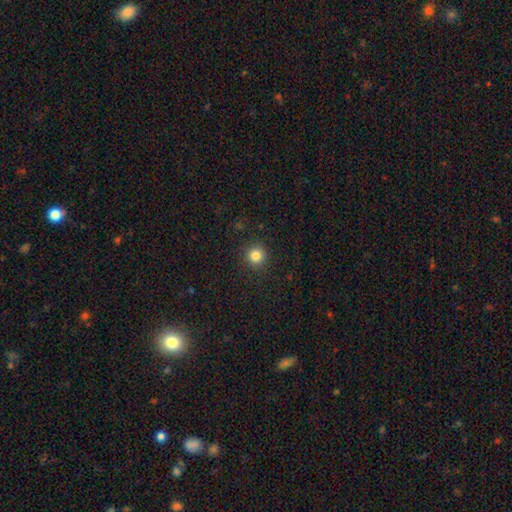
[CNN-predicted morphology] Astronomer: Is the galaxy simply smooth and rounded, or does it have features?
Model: smooth — 83%.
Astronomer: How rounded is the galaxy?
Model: round — 95%.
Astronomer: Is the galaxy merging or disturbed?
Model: none — 91%.